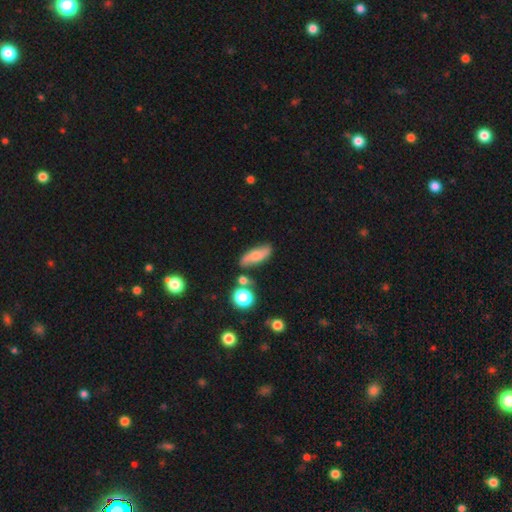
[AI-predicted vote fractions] This appears to be a smooth galaxy with no disk features (54%) that is in between round and cigar-shaped (61%). Merging: none (70%).